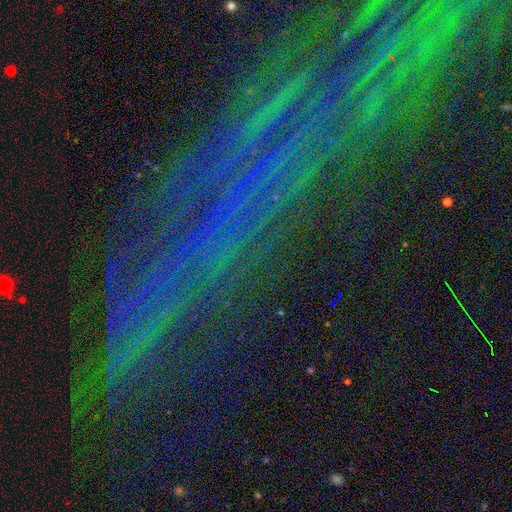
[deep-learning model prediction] Smooth or featured?
  - star or artifact: 84% *
  - featured or disk: 8%
  - smooth: 8%